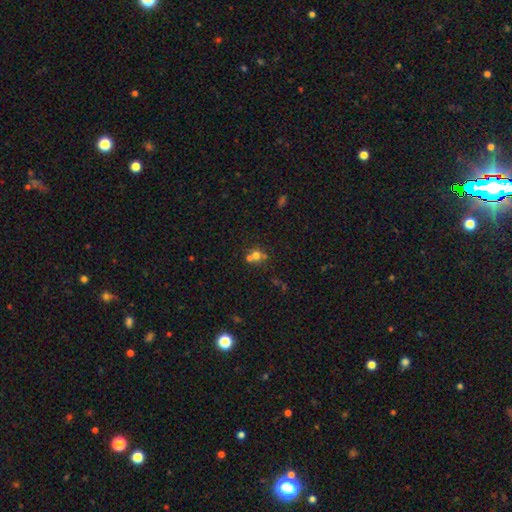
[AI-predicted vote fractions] Q: Smooth or featured?
A: smooth (59%); runner-up: featured or disk (21%)
Q: How rounded?
A: round (77%); runner-up: in between (21%)
Q: Merging?
A: merger (46%); runner-up: none (42%)